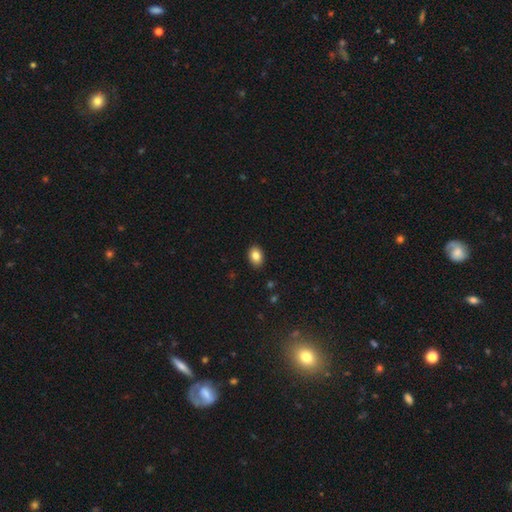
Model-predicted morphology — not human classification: Smooth or featured? Predicted: smooth (p=0.86). How rounded? Predicted: in between (p=0.82). Merging? Predicted: none (p=0.90).